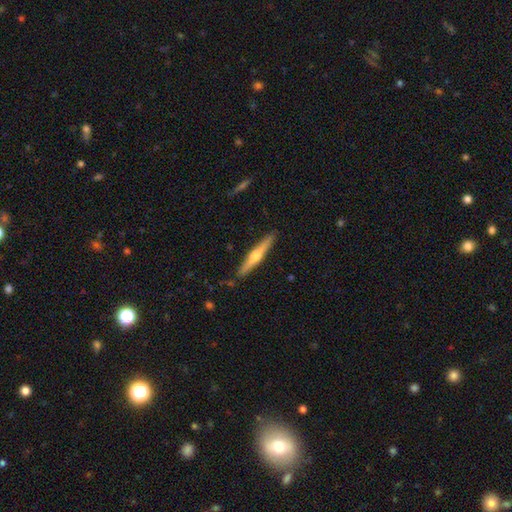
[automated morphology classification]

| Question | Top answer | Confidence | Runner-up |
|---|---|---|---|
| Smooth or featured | featured or disk | 65% | smooth (30%) |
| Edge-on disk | yes | 97% | no (3%) |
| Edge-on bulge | rounded | 92% | none (5%) |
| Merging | none | 90% | minor disturbance (8%) |